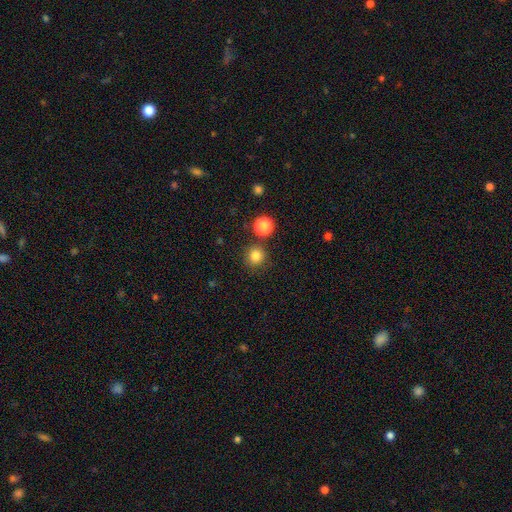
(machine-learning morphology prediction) Smooth or featured: smooth — 83% (star or artifact — 13%)
How rounded: round — 94% (in between — 5%)
Merging: none — 83% (minor disturbance — 7%)